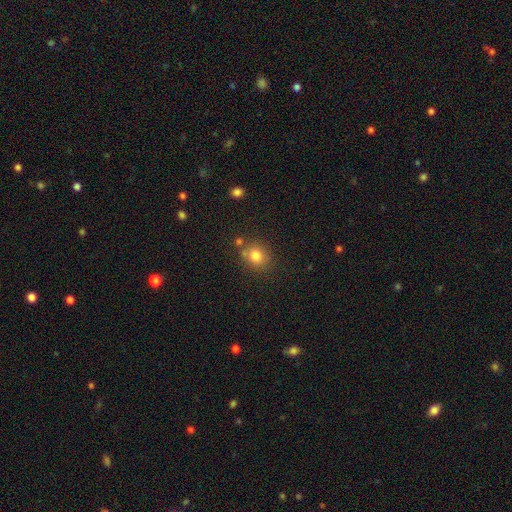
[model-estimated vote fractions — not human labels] Q: Smooth or featured?
A: smooth (80%); runner-up: star or artifact (12%)
Q: How rounded?
A: round (74%); runner-up: in between (25%)
Q: Merging?
A: none (70%); runner-up: minor disturbance (13%)